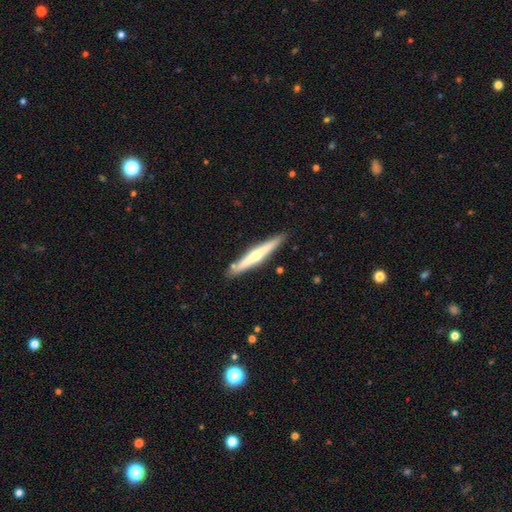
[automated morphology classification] smooth-or-featured: featured or disk: 60% | smooth: 34% | star or artifact: 5%
  disk-edge-on: yes: 97% | no: 3%
    edge-on-bulge: rounded: 83% | none: 13% | boxy: 4%
  merging: none: 88% | minor disturbance: 9% | merger: 2% | major disturbance: 2%